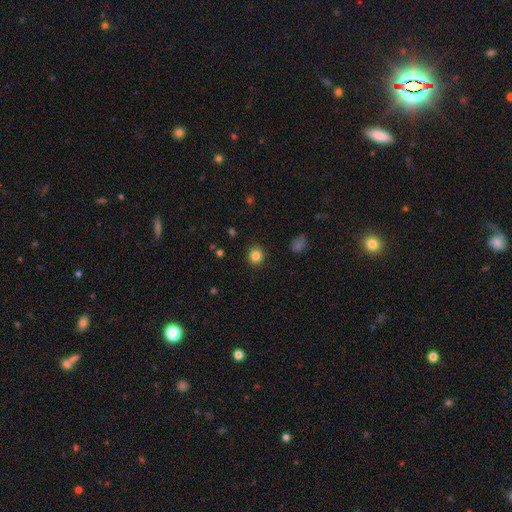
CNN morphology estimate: A smooth galaxy with no disk features (84%) that is round (88%).

Vote fractions:
- Smooth or featured? smooth: 84% / star or artifact: 11% / featured or disk: 5%
- How rounded? round: 88% / in between: 11% / cigar-shaped: 1%
- Merging? none: 91% / minor disturbance: 6% / major disturbance: 2% / merger: 1%